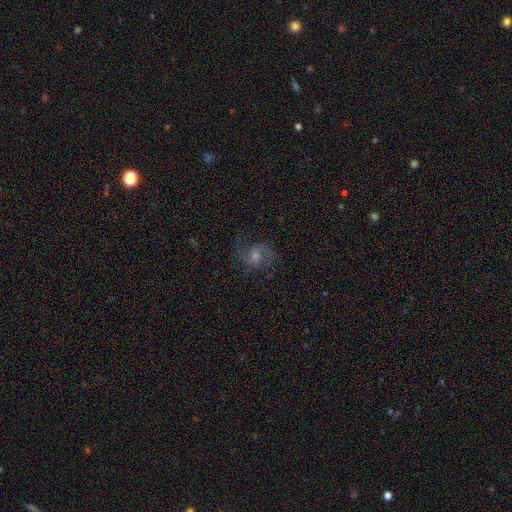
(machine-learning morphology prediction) Smooth or featured? featured or disk (56%)
Edge-on disk? no (97%)
Bar? no (64%)
Spiral arms? yes (86%)
Bulge size? moderate (45%)
Merging? none (63%)